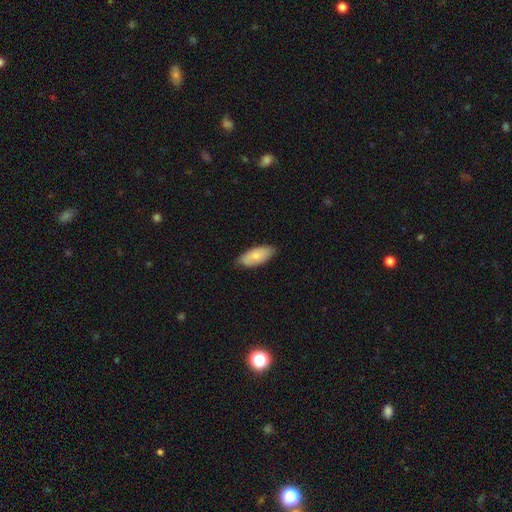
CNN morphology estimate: A smooth galaxy with no disk features (75%) that is in between round and cigar-shaped (89%).

Vote fractions:
- Smooth or featured? smooth: 75% / featured or disk: 20% / star or artifact: 6%
- How rounded? in between: 89% / cigar-shaped: 9% / round: 2%
- Merging? none: 75% / minor disturbance: 21% / major disturbance: 3% / merger: 1%